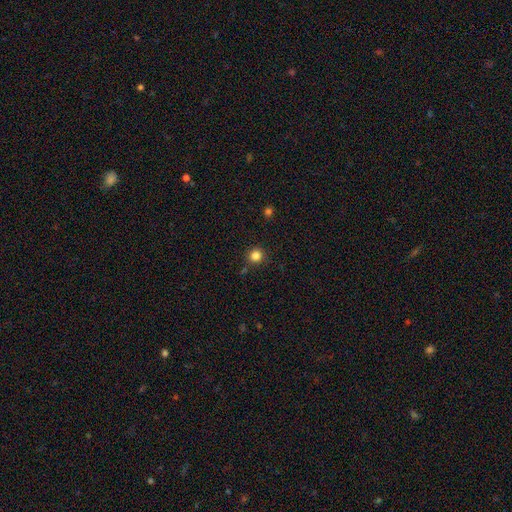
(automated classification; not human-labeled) Q: Smooth or featured?
A: smooth (83%); runner-up: star or artifact (12%)
Q: How rounded?
A: round (94%); runner-up: in between (5%)
Q: Merging?
A: none (88%); runner-up: minor disturbance (7%)